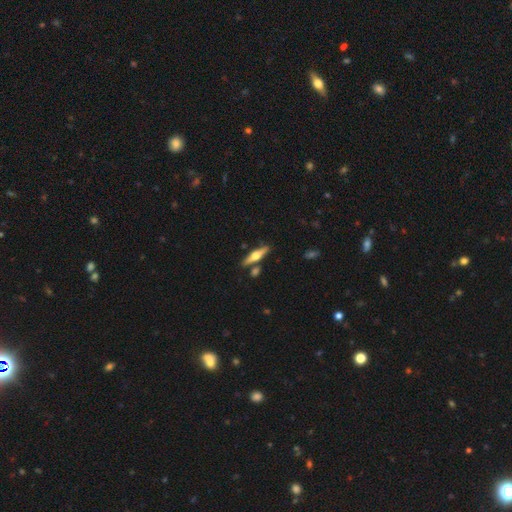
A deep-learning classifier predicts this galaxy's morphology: Smooth or featured: featured or disk — 64% (smooth — 30%)
Edge-on disk: yes — 96% (no — 4%)
Edge-on bulge: rounded — 94% (boxy — 3%)
Merging: none — 81% (minor disturbance — 9%)